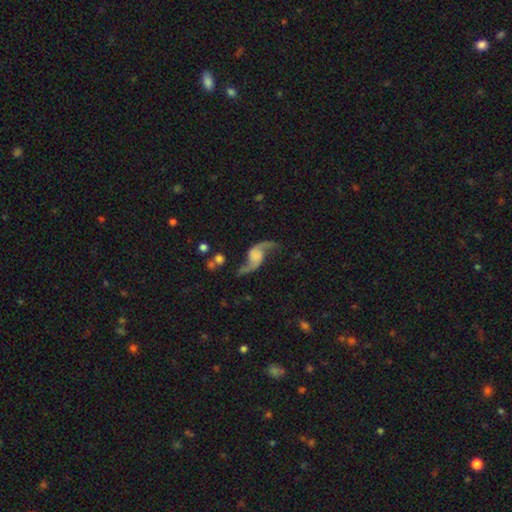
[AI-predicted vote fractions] smooth_or_featured: featured or disk (p=0.87) [alt: smooth p=0.07]
disk_edge_on: no (p=0.96) [alt: yes p=0.04]
bar: no (p=0.60) [alt: weak p=0.30]
has_spiral_arms: yes (p=0.97) [alt: no p=0.03]
spiral_winding: loose (p=0.89) [alt: medium p=0.09]
spiral_arm_count: 2 (p=0.94) [alt: 1 p=0.02]
bulge_size: none (p=0.53) [alt: large p=0.16]
merging: none (p=0.71) [alt: minor disturbance p=0.15]